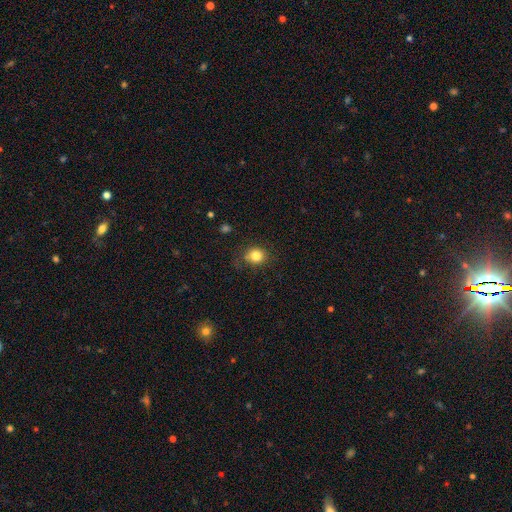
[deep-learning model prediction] Smooth or featured? smooth (82%)
How rounded? round (76%)
Merging? none (78%)